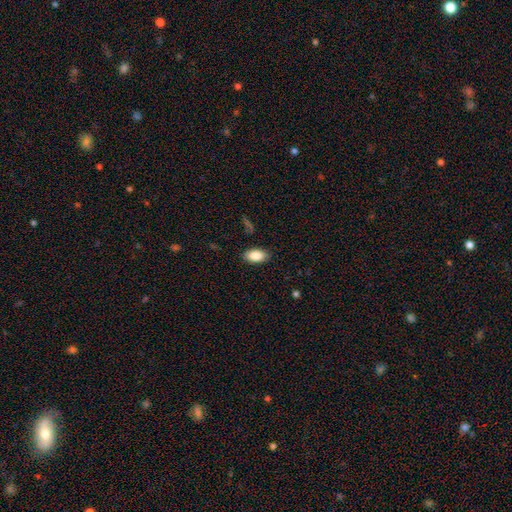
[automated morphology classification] Smooth or featured: smooth — 88% (star or artifact — 7%)
How rounded: in between — 93% (round — 5%)
Merging: none — 87% (minor disturbance — 10%)